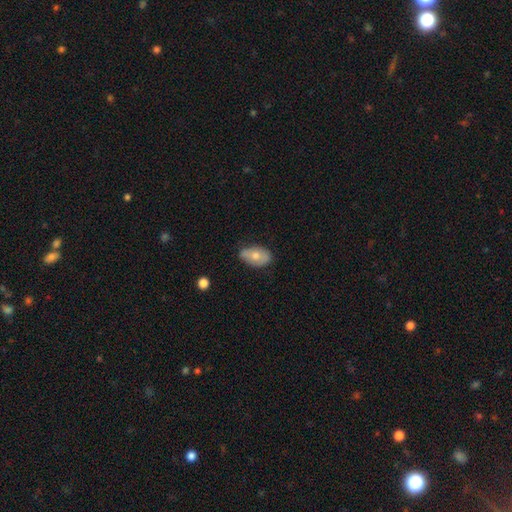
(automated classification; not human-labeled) This appears to be a smooth galaxy with no disk features (65%) that is in between round and cigar-shaped (89%). Merging: none (68%).